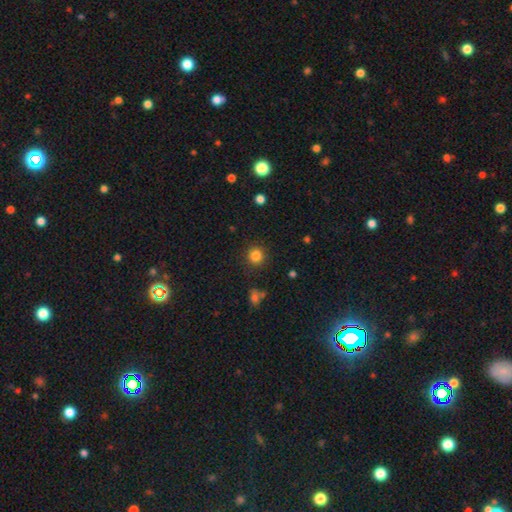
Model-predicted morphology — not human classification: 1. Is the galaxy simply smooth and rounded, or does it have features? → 83% smooth, 12% star or artifact, 5% featured or disk.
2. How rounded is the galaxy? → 93% round, 6% in between, 1% cigar-shaped.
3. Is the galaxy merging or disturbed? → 88% none, 7% minor disturbance, 3% major disturbance, 2% merger.